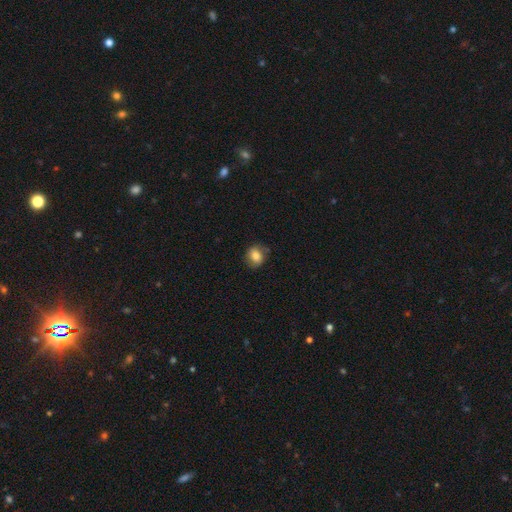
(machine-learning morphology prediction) smooth-or-featured: smooth: 76% | featured or disk: 15% | star or artifact: 9%
  how-rounded: round: 59% | in between: 40% | cigar-shaped: 1%
  merging: none: 72% | minor disturbance: 20% | major disturbance: 6% | merger: 2%